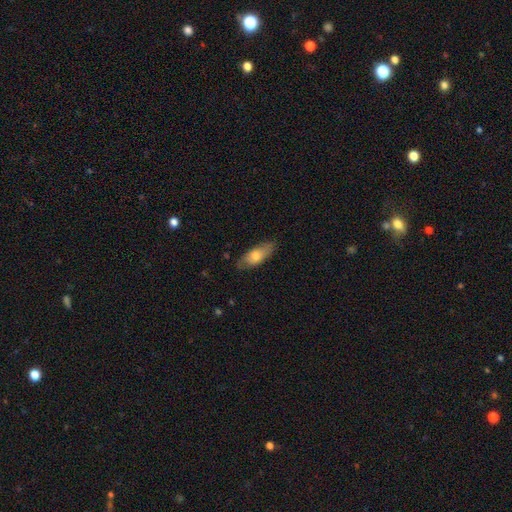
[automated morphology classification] Smooth or featured? smooth (65%)
How rounded? in between (77%)
Merging? none (77%)